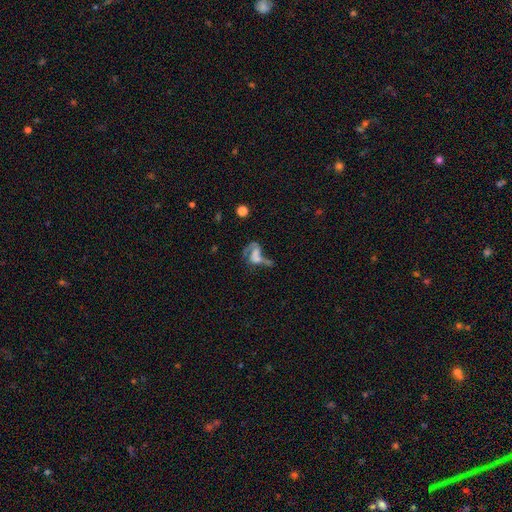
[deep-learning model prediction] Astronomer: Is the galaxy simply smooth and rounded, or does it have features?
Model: featured or disk — 49% (runner-up: smooth, 36%).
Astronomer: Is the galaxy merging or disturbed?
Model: merger — 38% (runner-up: major disturbance, 34%).